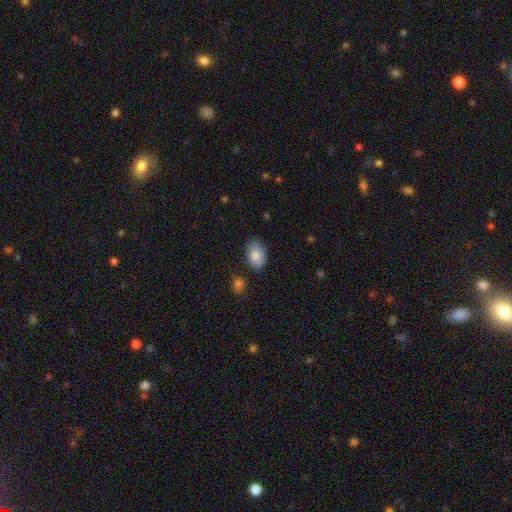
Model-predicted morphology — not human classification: The model was most divided on "merging": none: 73%, minor disturbance: 20%, major disturbance: 4%, merger: 3%. More confident: smooth or featured — smooth (86%); how rounded — in between (86%).